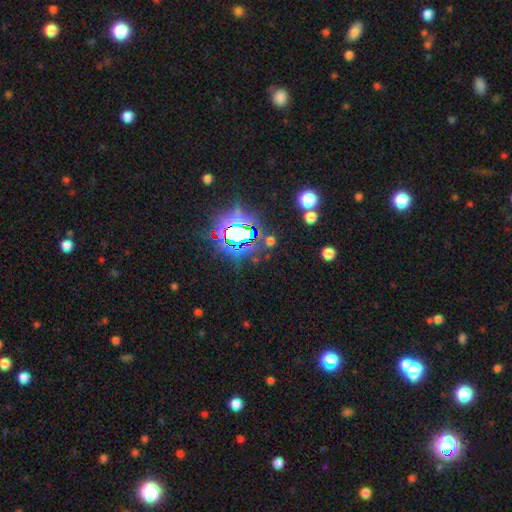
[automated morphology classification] smooth-or-featured: star or artifact: 81% | smooth: 11% | featured or disk: 8%